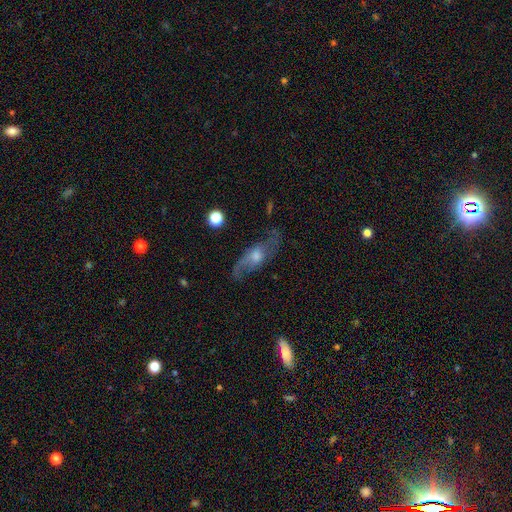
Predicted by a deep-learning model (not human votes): smooth-or-featured: featured or disk: 74% | smooth: 18% | star or artifact: 9%
  disk-edge-on: no: 77% | yes: 23%
    bar: no: 64% | weak: 30% | strong: 6%
    has-spiral-arms: yes: 85% | no: 15%
    bulge-size: moderate: 58% | small: 21% | large: 15% | none: 4% | dominant: 2%
  merging: none: 67% | minor disturbance: 20% | major disturbance: 11% | merger: 2%